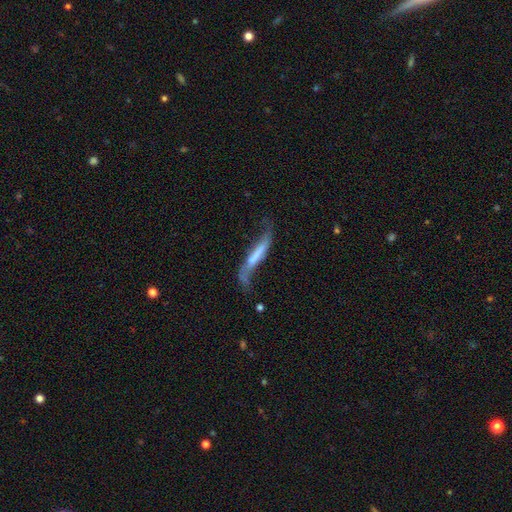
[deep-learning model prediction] Smooth or featured? featured or disk (60%)
Edge-on disk? no (55%)
Merging? none (36%)